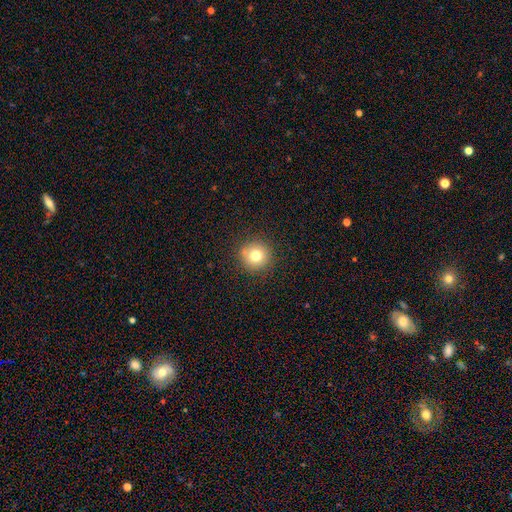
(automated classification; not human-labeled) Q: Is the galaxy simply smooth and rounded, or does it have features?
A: smooth — 76%.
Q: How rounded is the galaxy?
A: round — 94%.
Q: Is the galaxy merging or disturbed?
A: none — 84%.